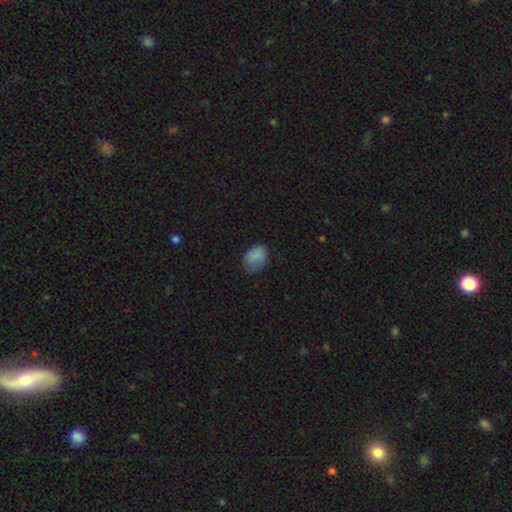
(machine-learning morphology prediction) smooth 84%, star or artifact 9%, featured or disk 7%. Down the decision tree: how rounded — in between (72%); merging — none (58%).